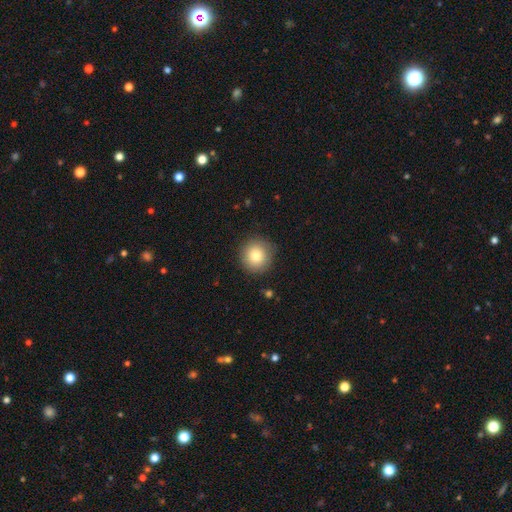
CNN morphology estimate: Smooth or featured? smooth (82%)
How rounded? round (94%)
Merging? none (88%)